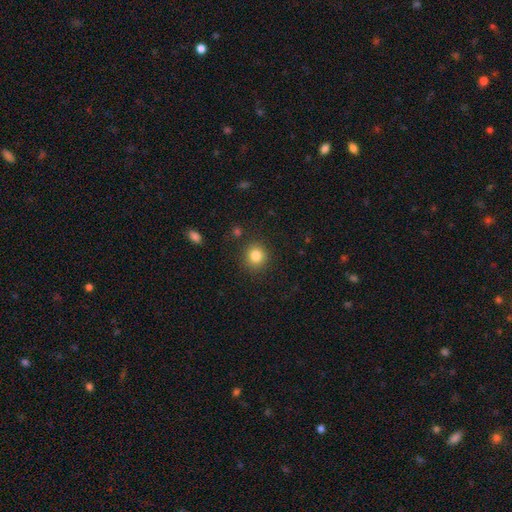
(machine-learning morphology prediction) smooth-or-featured: smooth: 83% | star or artifact: 11% | featured or disk: 6%
  how-rounded: round: 88% | in between: 11% | cigar-shaped: 1%
  merging: none: 87% | minor disturbance: 8% | major disturbance: 3% | merger: 2%